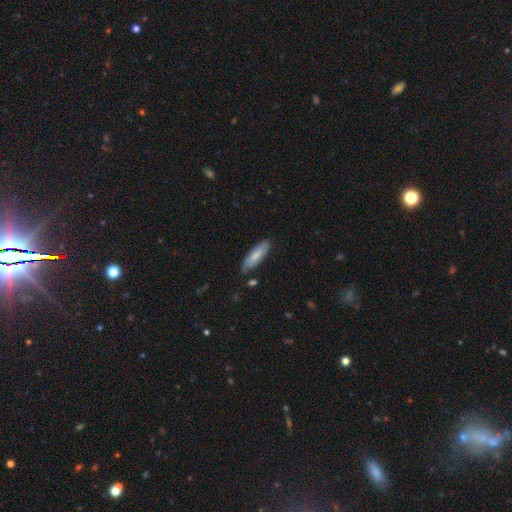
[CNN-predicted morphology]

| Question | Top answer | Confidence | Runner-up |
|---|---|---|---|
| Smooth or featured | smooth | 77% | featured or disk (18%) |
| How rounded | cigar-shaped | 50% | in between (48%) |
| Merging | none | 82% | minor disturbance (13%) |